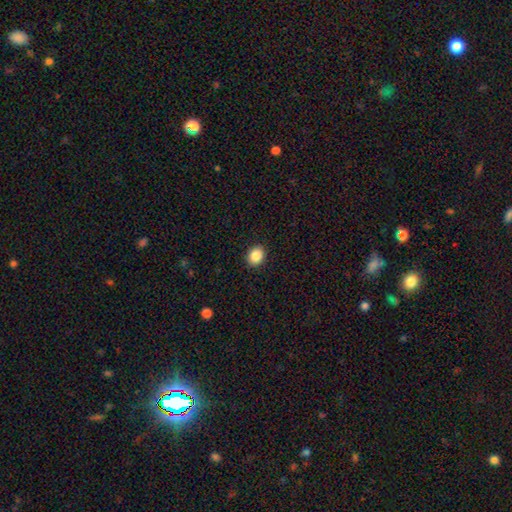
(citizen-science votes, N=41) This appears to be a smooth galaxy with no disk features (93%) that is round (63%). Merging: none (95%).